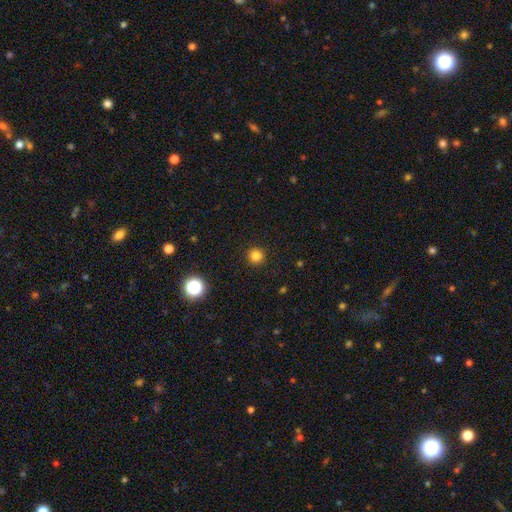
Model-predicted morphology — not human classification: Overall: smooth (82%). How rounded: round (94%). Merging: none (92%).